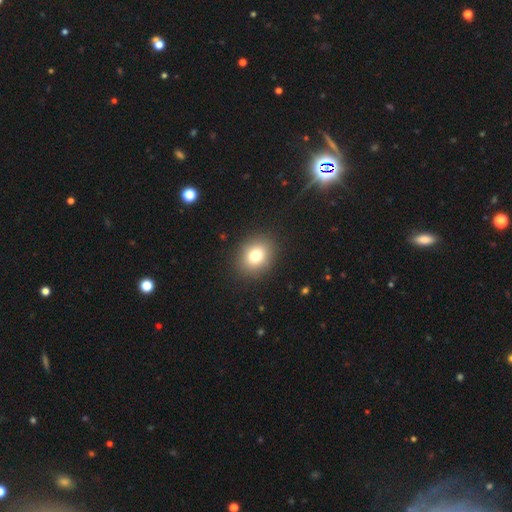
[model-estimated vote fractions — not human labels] Overall: smooth (79%). How rounded: round (63%; in between 36%). Merging: none (89%).